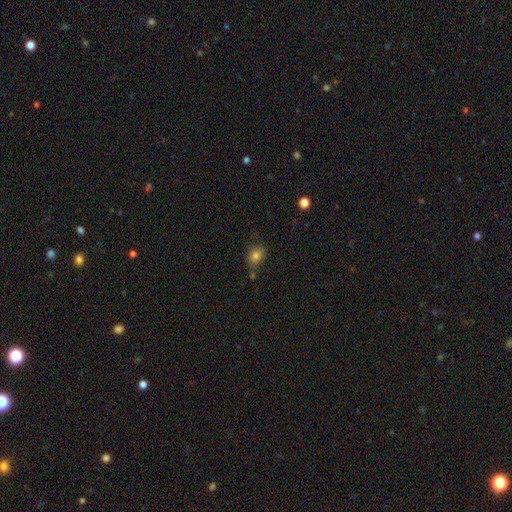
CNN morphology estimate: Smooth or featured: smooth — 78% (star or artifact — 11%)
How rounded: in between — 64% (round — 34%)
Merging: none — 55% (minor disturbance — 27%)